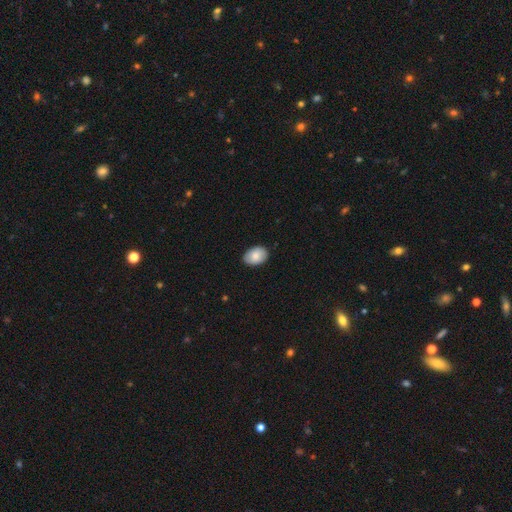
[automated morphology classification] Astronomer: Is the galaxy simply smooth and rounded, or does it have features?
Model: smooth — 85%.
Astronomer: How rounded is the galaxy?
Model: in between — 84%.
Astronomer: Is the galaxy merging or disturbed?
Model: none — 87%.